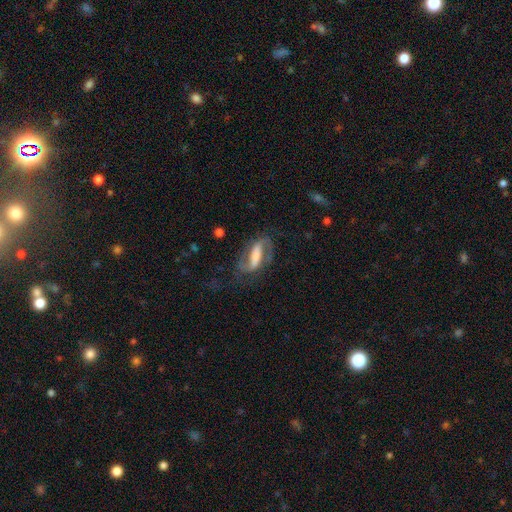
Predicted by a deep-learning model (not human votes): This is likely a featured or disk galaxy (80%). It is clearly not viewed edge-on (92%). Bar: possibly strong (58%). Spiral arm pattern: clearly yes (92%). Spiral arm count: clearly 2 (89%). Spiral winding: possibly medium (50%). Central bulge: marginally moderate (35%). Merging: likely none (64%).